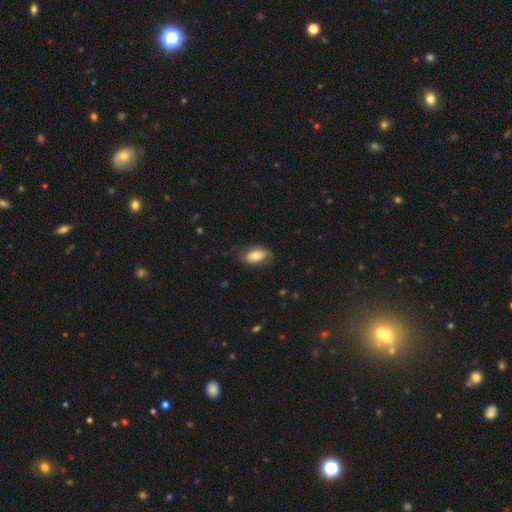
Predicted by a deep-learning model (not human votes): smooth 68%, featured or disk 25%, star or artifact 6%. Down the decision tree: how rounded — in between (92%); merging — none (68%).